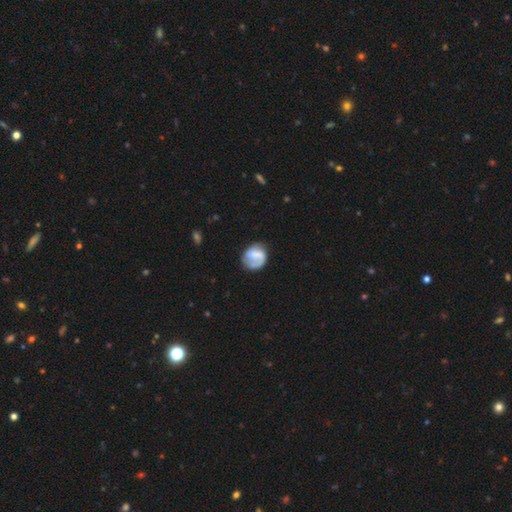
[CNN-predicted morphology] smooth 47%, featured or disk 46%, star or artifact 7%. Down the decision tree: merging — none (59%).